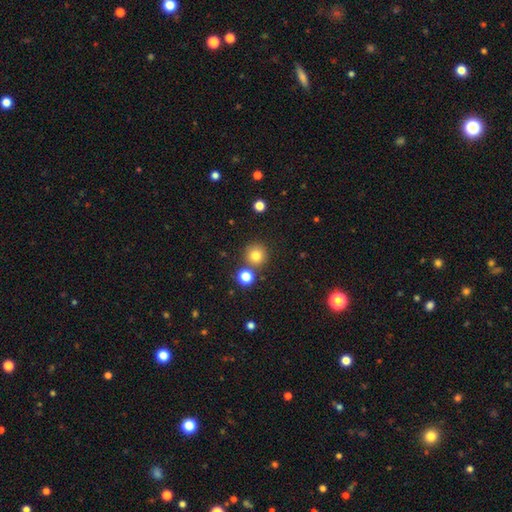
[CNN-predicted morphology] Smooth or featured? smooth (79%)
How rounded? round (94%)
Merging? none (80%)